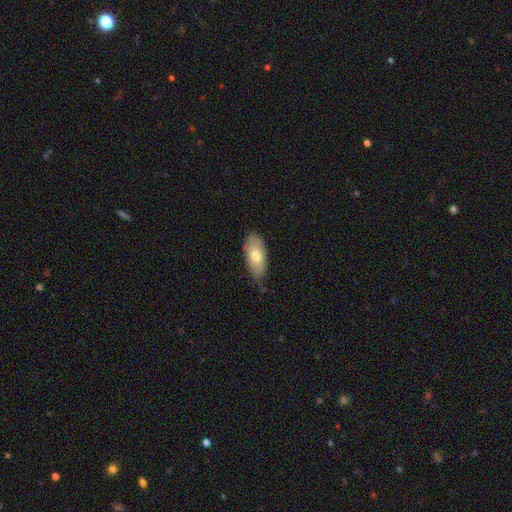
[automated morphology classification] type=smooth (72%); roundness=in between (88%); merging=none (71%).